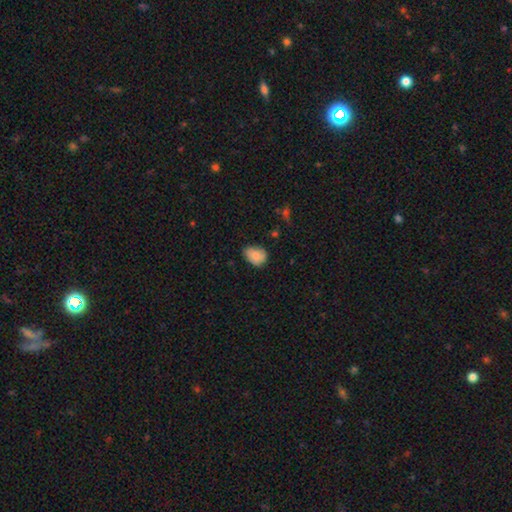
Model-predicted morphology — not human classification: Overall: smooth (82%). How rounded: in between (67%; round 32%). Merging: none (51%; minor disturbance 40%).